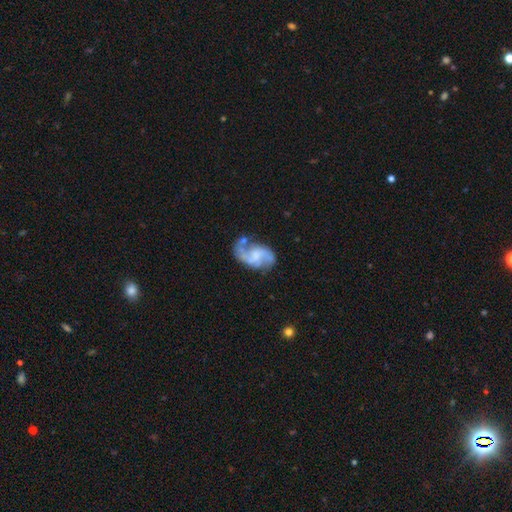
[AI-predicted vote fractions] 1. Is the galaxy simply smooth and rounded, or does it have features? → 84% featured or disk, 10% smooth, 6% star or artifact.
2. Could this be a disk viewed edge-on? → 98% no, 2% yes.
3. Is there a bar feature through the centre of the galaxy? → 46% no, 44% weak, 10% strong.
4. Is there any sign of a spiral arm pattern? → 94% yes, 6% no.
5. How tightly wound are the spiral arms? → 47% loose, 43% medium, 11% tight.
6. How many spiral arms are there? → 86% 2, 5% can't tell, 3% 1, 3% 3, 1% 4, 1% more than 4.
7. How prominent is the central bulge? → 44% none, 27% small, 22% moderate, 6% large, 1% dominant.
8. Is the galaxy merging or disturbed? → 58% none, 21% minor disturbance, 15% major disturbance, 7% merger.